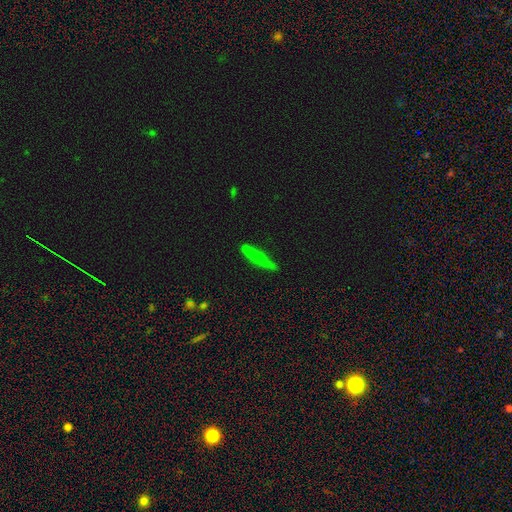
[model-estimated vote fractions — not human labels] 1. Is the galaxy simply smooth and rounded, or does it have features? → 70% smooth, 21% featured or disk, 8% star or artifact.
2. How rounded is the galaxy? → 94% cigar-shaped, 4% in between, 2% round.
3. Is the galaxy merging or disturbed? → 80% none, 15% minor disturbance, 3% major disturbance, 2% merger.